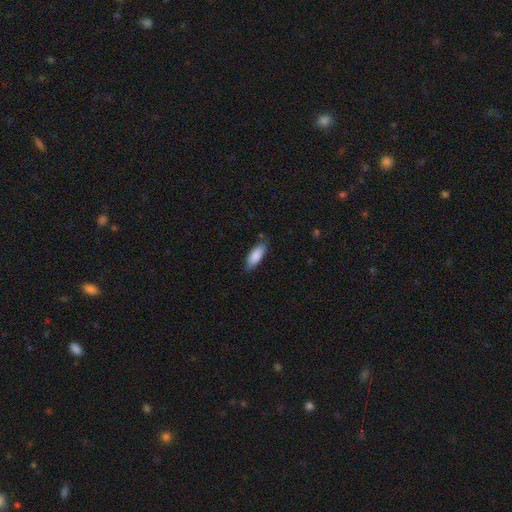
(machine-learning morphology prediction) A smooth galaxy with no disk features (87%) that is in between round and cigar-shaped (71%).

Vote fractions:
- Smooth or featured? smooth: 87% / featured or disk: 7% / star or artifact: 6%
- How rounded? in between: 71% / cigar-shaped: 28% / round: 2%
- Merging? none: 82% / minor disturbance: 15% / major disturbance: 2% / merger: 1%